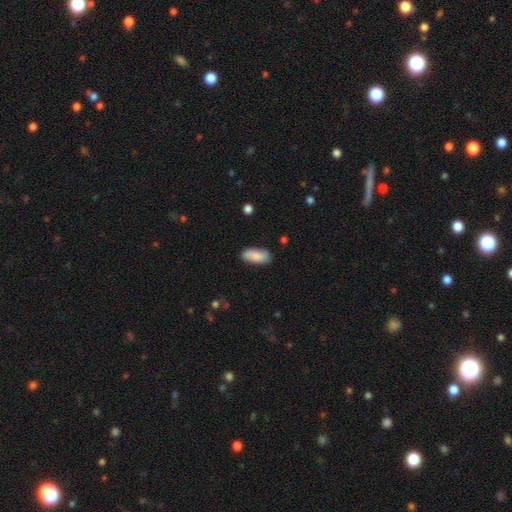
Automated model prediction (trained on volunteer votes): This is clearly a smooth galaxy (86%). How rounded: clearly in between (87%). Merging: clearly none (80%).